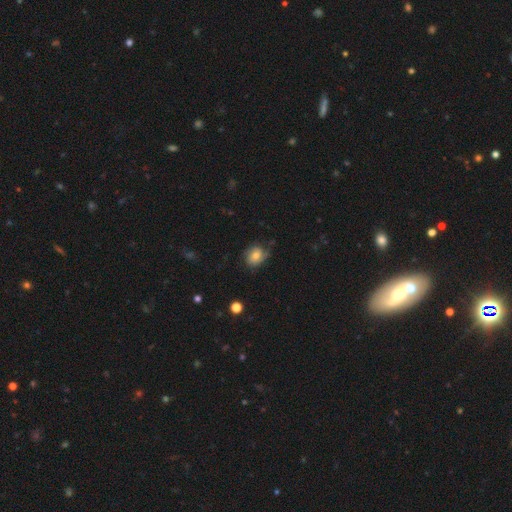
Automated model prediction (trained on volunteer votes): Q: Smooth or featured?
A: smooth (65%); runner-up: featured or disk (25%)
Q: How rounded?
A: round (54%); runner-up: in between (45%)
Q: Merging?
A: none (64%); runner-up: minor disturbance (26%)